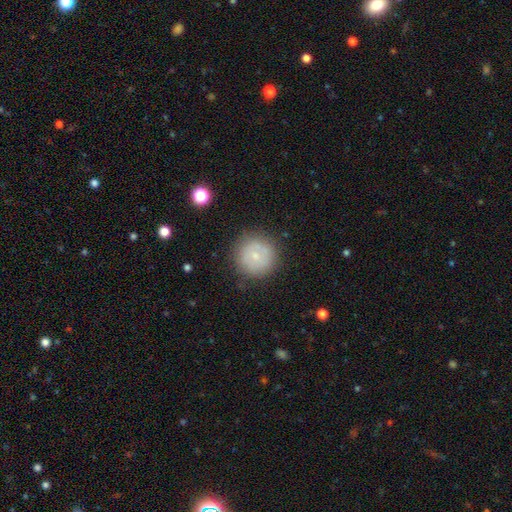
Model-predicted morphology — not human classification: Smooth or featured? Predicted: smooth (p=0.69). How rounded? Predicted: round (p=0.95). Merging? Predicted: none (p=0.84).